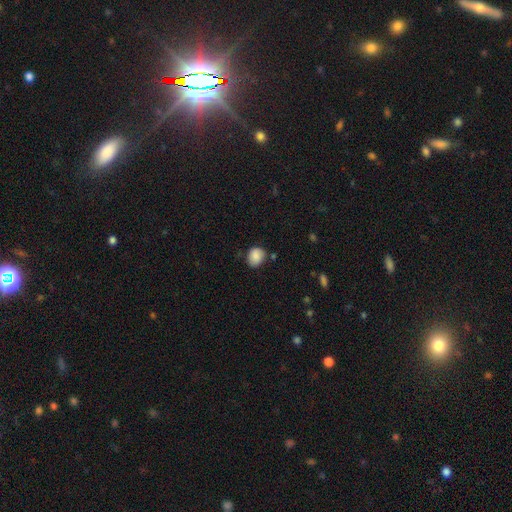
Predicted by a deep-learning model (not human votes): Smooth or featured?
  - smooth: 85% *
  - star or artifact: 8%
  - featured or disk: 7%
How rounded?
  - round: 62% *
  - in between: 37%
  - cigar-shaped: 1%
Merging?
  - none: 73% *
  - minor disturbance: 19%
  - major disturbance: 4%
  - merger: 4%